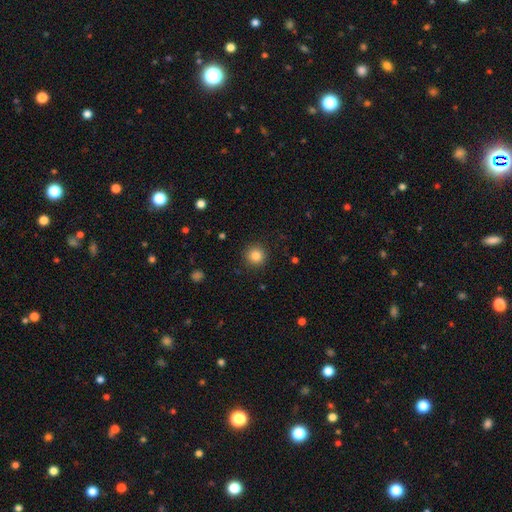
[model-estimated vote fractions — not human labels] Smooth or featured: smooth — 84% (star or artifact — 11%)
How rounded: round — 95% (in between — 4%)
Merging: none — 91% (minor disturbance — 6%)